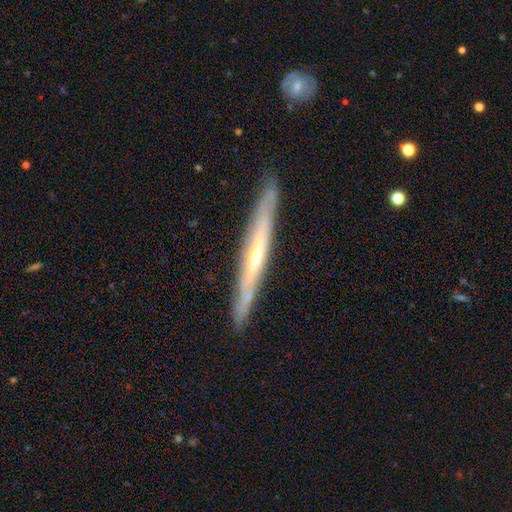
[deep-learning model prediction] Morphology: type=featured or disk (73%); edge-on=yes (92%); edge-on bulge=rounded (54%); merging=none (89%).